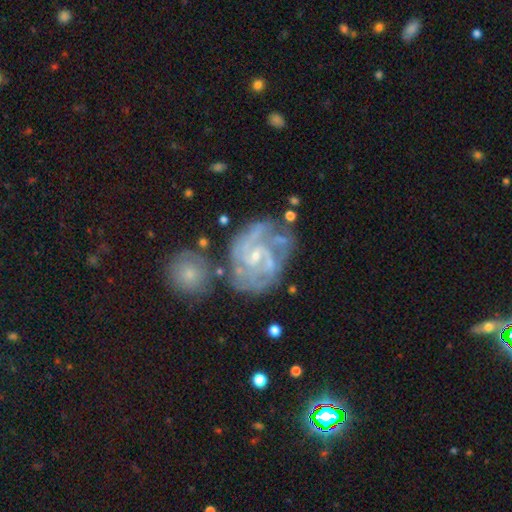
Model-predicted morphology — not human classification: Smooth or featured? featured or disk (86%)
Edge-on disk? no (98%)
Bar? no (48%)
Spiral arms? yes (95%)
Spiral winding? tight (52%)
Spiral arm count? 2 (35%)
Bulge size? small (74%)
Merging? none (53%)